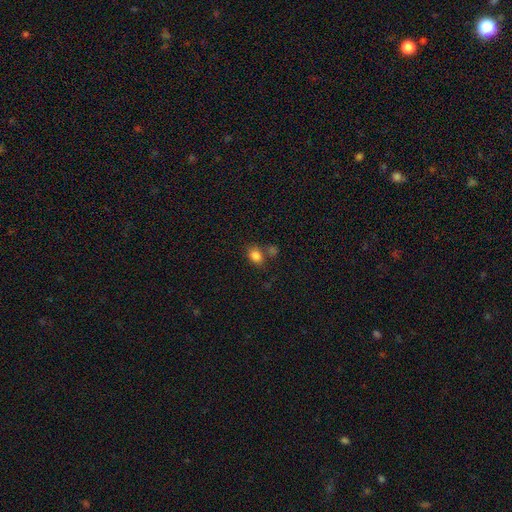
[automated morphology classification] A smooth galaxy with no disk features (83%) that is in between round and cigar-shaped (64%). Merging: none (59%).